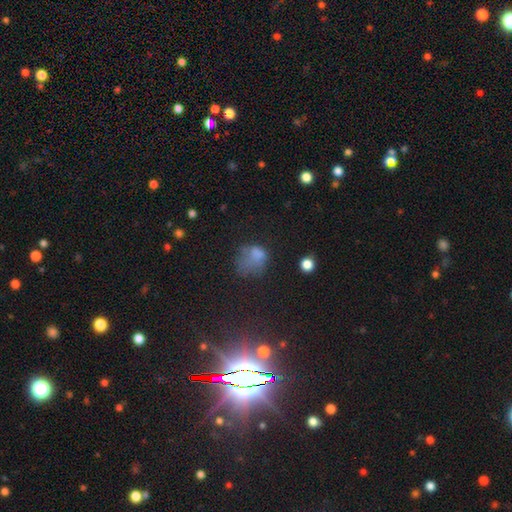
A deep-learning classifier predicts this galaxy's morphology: Overall: smooth (63%). How rounded: in between (52%; round 46%). Merging: major disturbance (42%; none 28%).